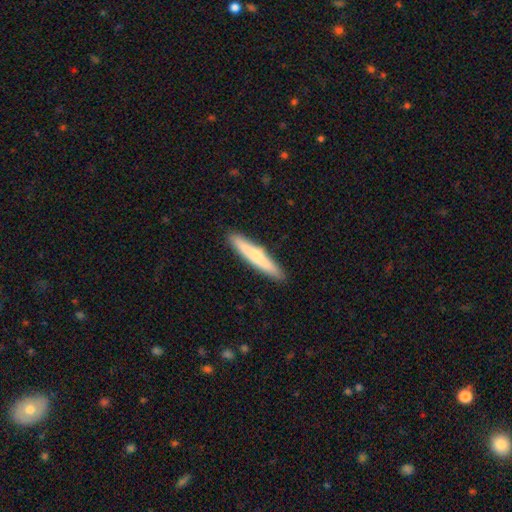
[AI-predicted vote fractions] smooth 64%, featured or disk 31%, star or artifact 5%. Down the decision tree: how rounded — cigar-shaped (94%); merging — none (90%).